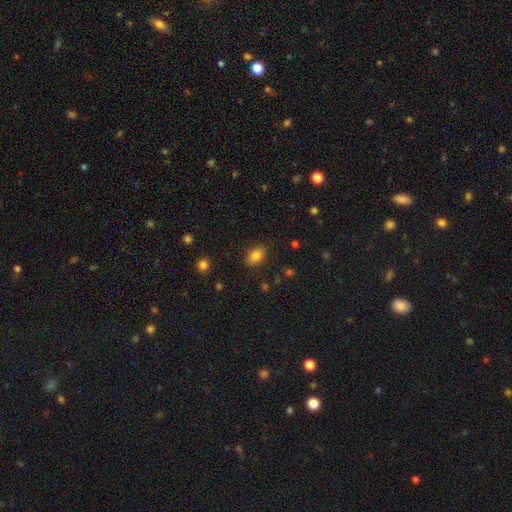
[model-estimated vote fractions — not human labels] Smooth or featured?
  - smooth: 84% *
  - star or artifact: 10%
  - featured or disk: 6%
How rounded?
  - in between: 83% *
  - round: 16%
  - cigar-shaped: 2%
Merging?
  - none: 85% *
  - minor disturbance: 11%
  - major disturbance: 3%
  - merger: 1%